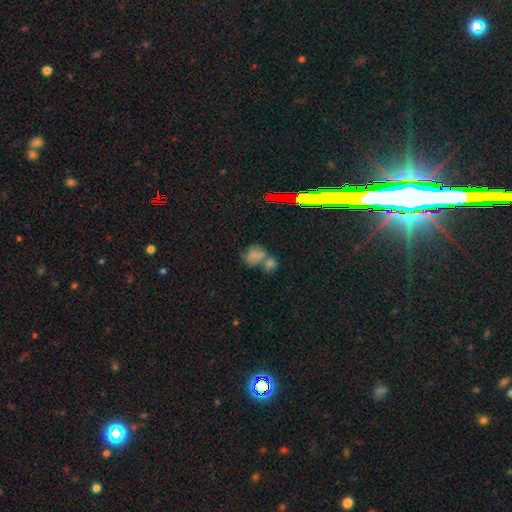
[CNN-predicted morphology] type=smooth (64%); roundness=round (55%); merging=merger (57%).